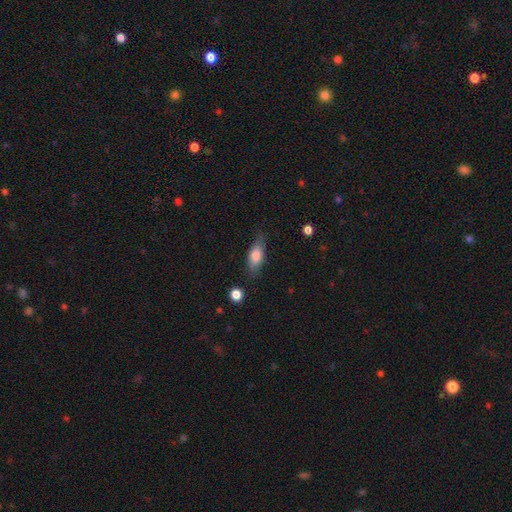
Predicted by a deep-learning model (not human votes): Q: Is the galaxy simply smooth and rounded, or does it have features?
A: smooth — 72%.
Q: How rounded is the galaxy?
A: in between — 73%.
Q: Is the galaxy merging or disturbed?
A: none — 73%.